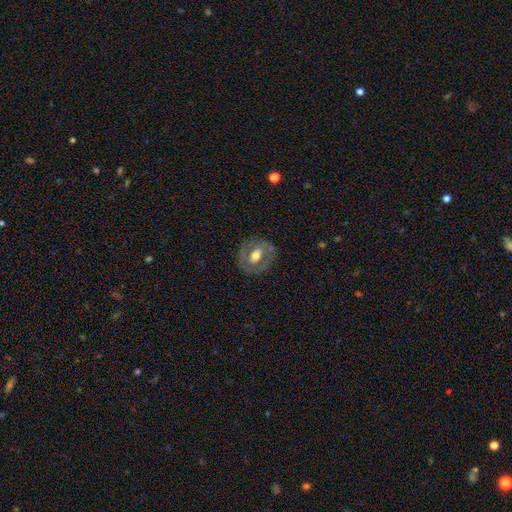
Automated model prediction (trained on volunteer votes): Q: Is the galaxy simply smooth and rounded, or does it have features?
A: featured or disk — 55%.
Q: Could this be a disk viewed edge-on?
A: no — 93%.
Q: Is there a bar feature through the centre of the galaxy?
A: no — 52%.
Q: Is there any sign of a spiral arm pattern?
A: no — 77%.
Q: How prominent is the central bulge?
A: moderate — 70%.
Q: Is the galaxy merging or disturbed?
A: none — 77%.